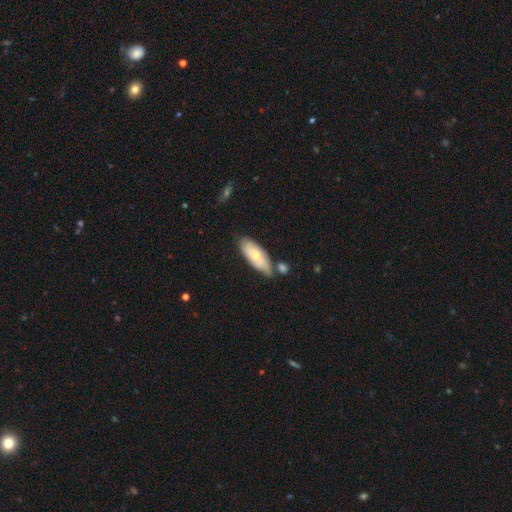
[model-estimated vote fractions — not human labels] smooth-or-featured: smooth: 57% | featured or disk: 37% | star or artifact: 6%
  how-rounded: in between: 77% | cigar-shaped: 21% | round: 2%
  merging: none: 61% | minor disturbance: 22% | merger: 13% | major disturbance: 5%